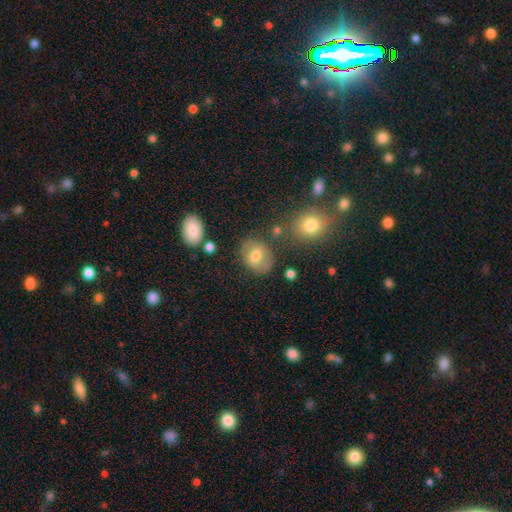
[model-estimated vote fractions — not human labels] Smooth or featured? Predicted: smooth (p=0.69). How rounded? Predicted: round (p=0.52). Merging? Predicted: none (p=0.75).